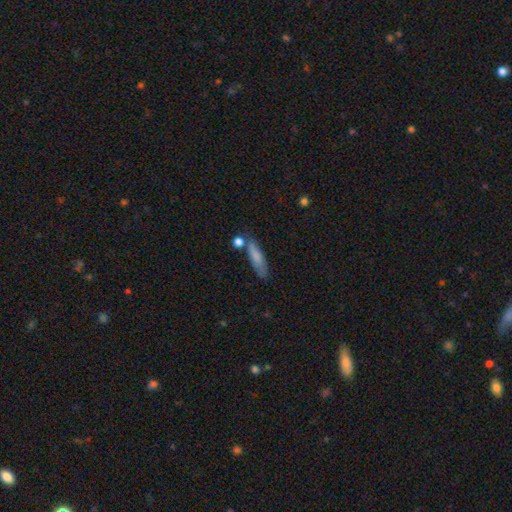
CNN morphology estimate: Smooth or featured: smooth — 76% (featured or disk — 16%)
How rounded: cigar-shaped — 65% (in between — 32%)
Merging: none — 63% (minor disturbance — 20%)